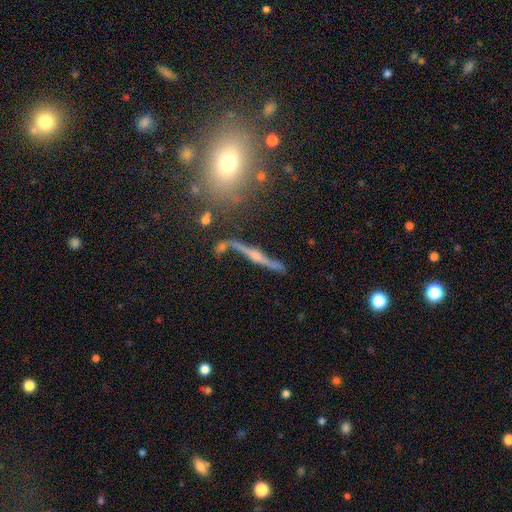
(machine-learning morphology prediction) Overall: featured or disk (79%). Edge-on disk: yes (80%). Edge-on bulge: rounded (80%). Merging: none (64%).